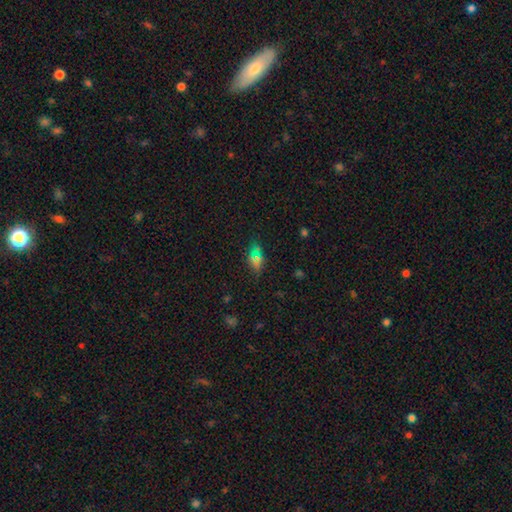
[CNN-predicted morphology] Overall: smooth (59%; star or artifact 31%). How rounded: in between (82%). Merging: none (78%).